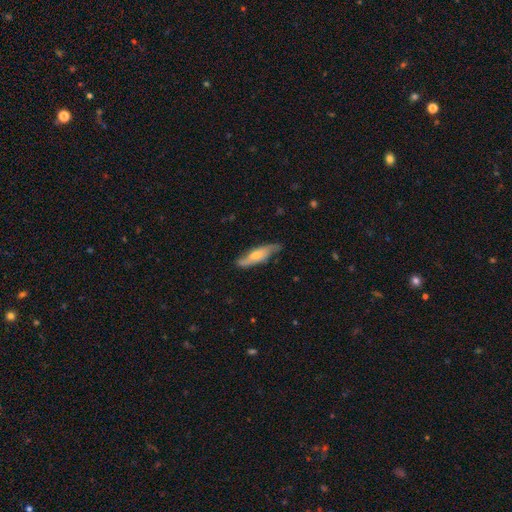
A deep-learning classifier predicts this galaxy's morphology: A featured or disk galaxy (58%) viewed edge-on (53%).

Vote fractions:
- Smooth or featured? featured or disk: 58% / smooth: 36% / star or artifact: 6%
- Edge-on disk? yes: 53% / no: 47%
- Merging? none: 75% / minor disturbance: 19% / major disturbance: 4% / merger: 1%